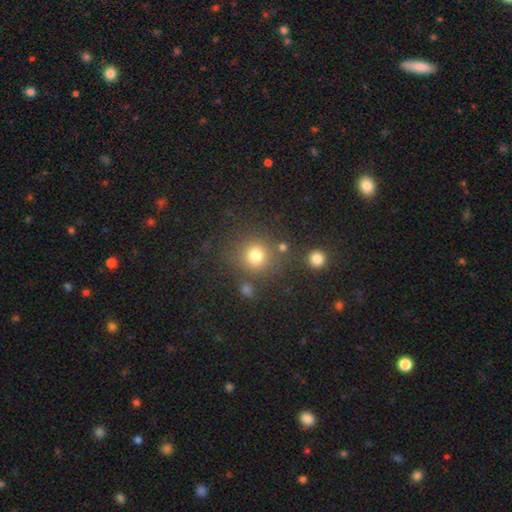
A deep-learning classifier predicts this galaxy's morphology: A smooth galaxy with no disk features (77%) that is round (89%). Merging: none (77%).